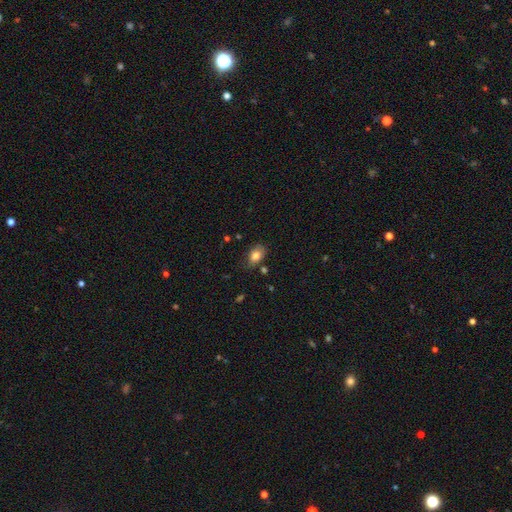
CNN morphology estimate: A smooth galaxy with no disk features (81%) that is in between round and cigar-shaped (84%).

Vote fractions:
- Smooth or featured? smooth: 81% / featured or disk: 10% / star or artifact: 8%
- How rounded? in between: 84% / round: 15% / cigar-shaped: 2%
- Merging? none: 70% / minor disturbance: 22% / major disturbance: 4% / merger: 3%